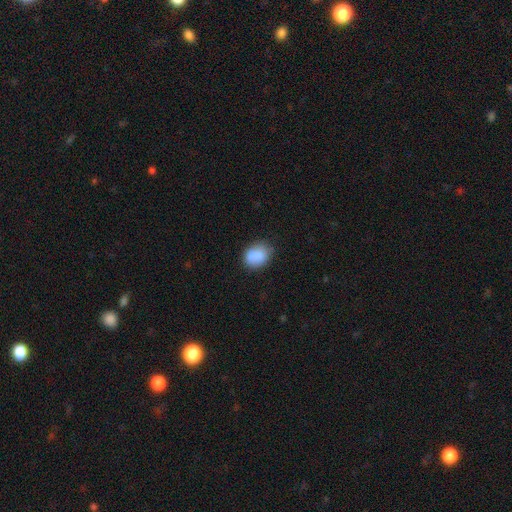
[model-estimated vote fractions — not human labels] This is likely a smooth galaxy (78%). How rounded: possibly in between (54%). Merging: possibly none (53%).